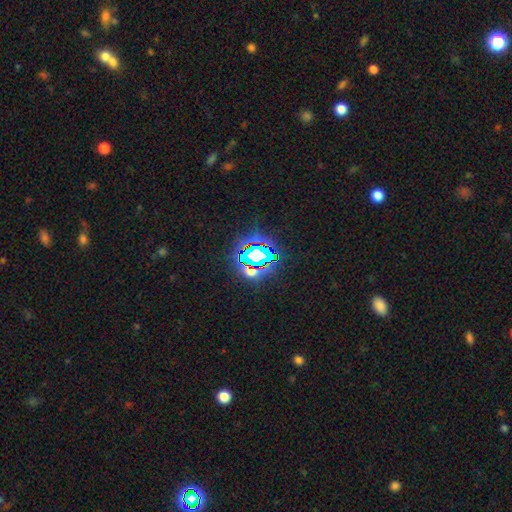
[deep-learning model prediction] smooth-or-featured: star or artifact: 70% | smooth: 17% | featured or disk: 13%